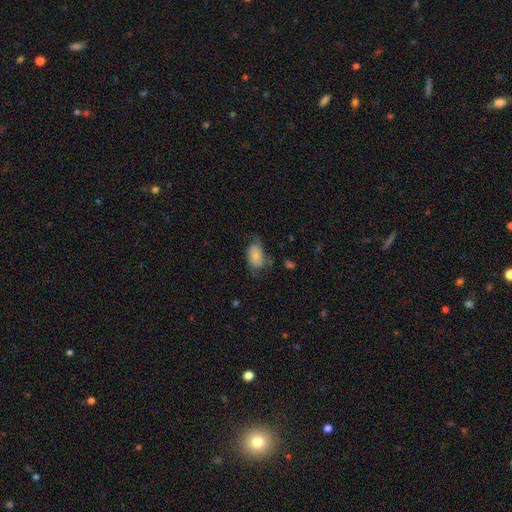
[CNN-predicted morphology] smooth_or_featured: smooth (p=0.70) [alt: featured or disk p=0.22]
how_rounded: in between (p=0.90) [alt: round p=0.09]
merging: none (p=0.44) [alt: minor disturbance p=0.34]